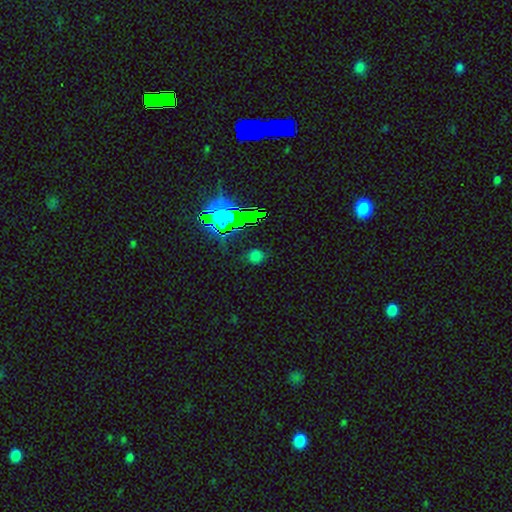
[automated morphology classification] Q: Smooth or featured?
A: smooth (60%); runner-up: star or artifact (33%)
Q: How rounded?
A: round (81%); runner-up: in between (17%)
Q: Merging?
A: none (81%); runner-up: minor disturbance (12%)